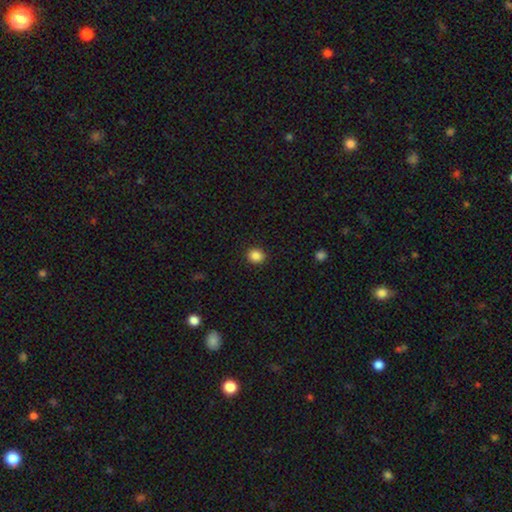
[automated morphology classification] Overall: smooth (87%). How rounded: round (77%). Merging: none (91%).